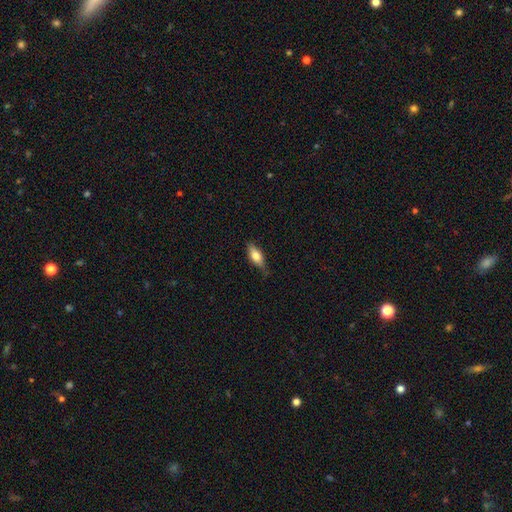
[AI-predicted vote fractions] This appears to be a smooth galaxy with no disk features (69%) that is in between round and cigar-shaped (74%). Merging: none (70%).